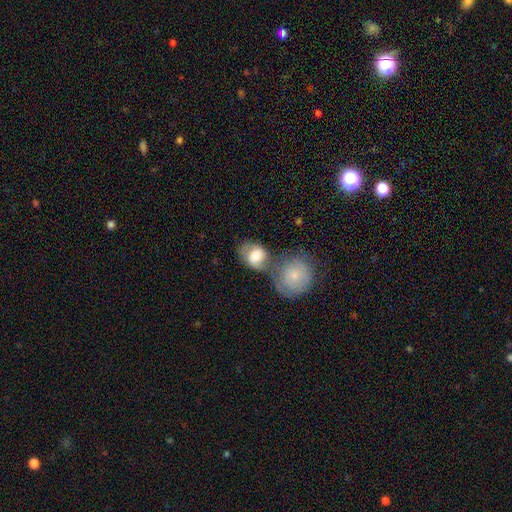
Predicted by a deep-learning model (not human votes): Q: Smooth or featured?
A: smooth (58%); runner-up: featured or disk (35%)
Q: How rounded?
A: in between (55%); runner-up: round (43%)
Q: Merging?
A: merger (37%); runner-up: none (36%)